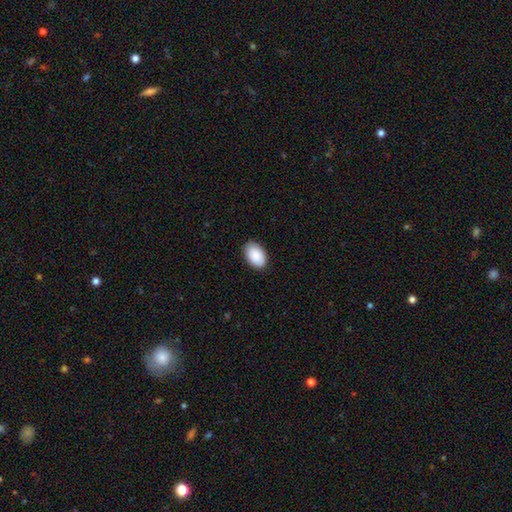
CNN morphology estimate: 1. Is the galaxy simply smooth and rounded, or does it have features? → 90% smooth, 6% star or artifact, 4% featured or disk.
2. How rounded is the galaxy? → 93% in between, 6% round, 1% cigar-shaped.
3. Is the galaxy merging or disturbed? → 87% none, 10% minor disturbance, 2% major disturbance, 1% merger.